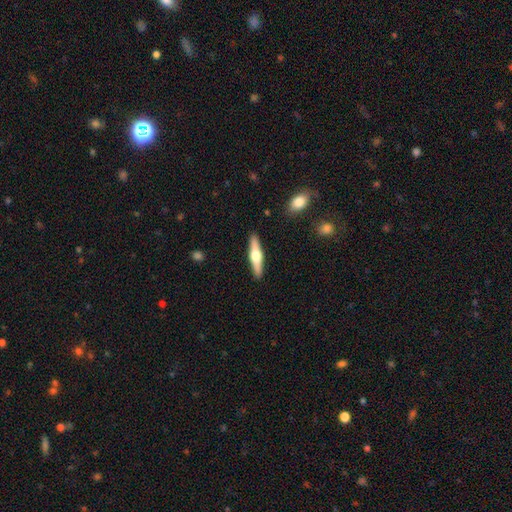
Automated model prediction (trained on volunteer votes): Overall: featured or disk (62%; smooth 34%). Edge-on disk: yes (96%). Edge-on bulge: rounded (95%). Merging: none (91%).